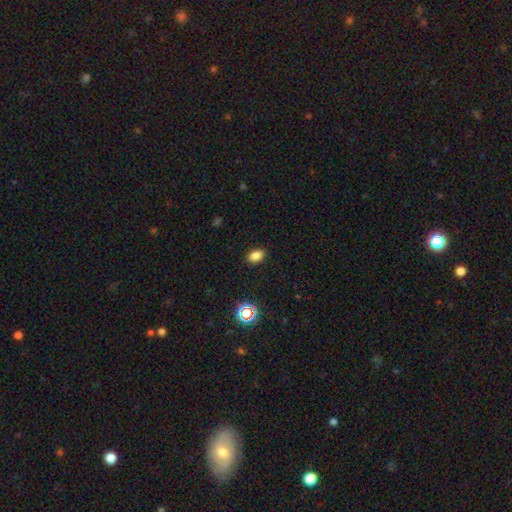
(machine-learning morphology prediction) Q: Smooth or featured?
A: smooth (83%); runner-up: star or artifact (12%)
Q: How rounded?
A: in between (85%); runner-up: round (13%)
Q: Merging?
A: none (88%); runner-up: minor disturbance (9%)